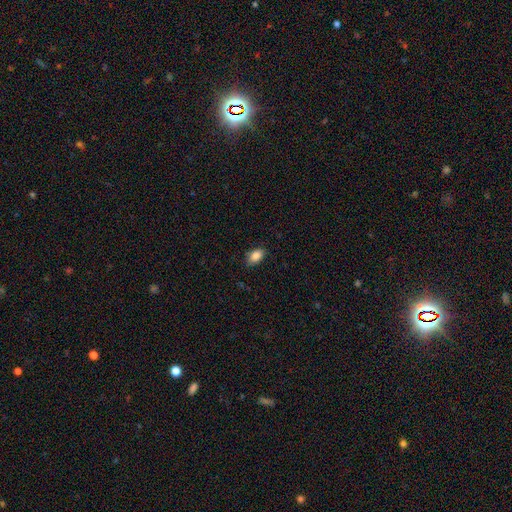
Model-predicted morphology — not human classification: type=smooth (87%); roundness=in between (90%); merging=none (83%).